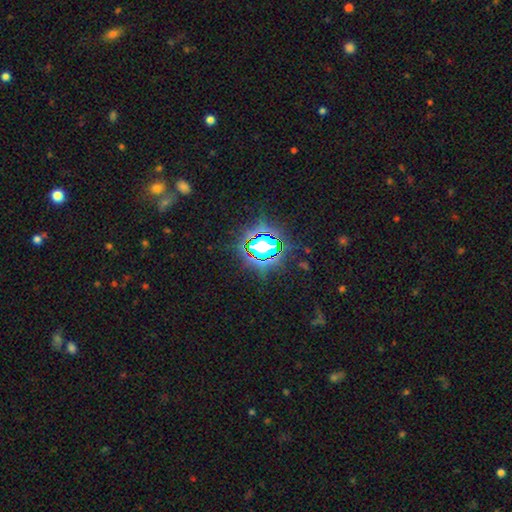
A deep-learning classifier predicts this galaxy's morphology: This is likely a star or artifact rather than a galaxy (76%).